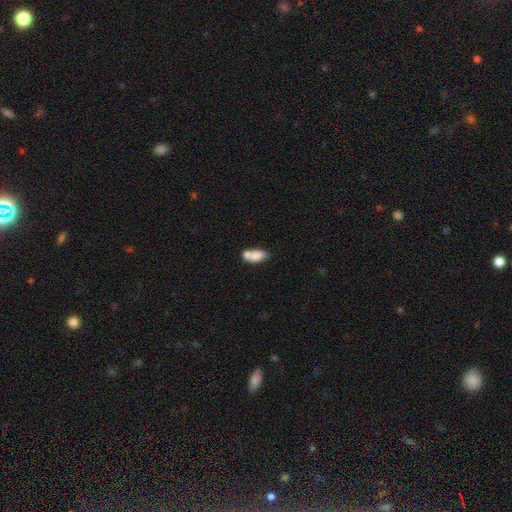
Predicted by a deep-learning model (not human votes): This is likely a smooth galaxy (76%). How rounded: clearly in between (85%). Merging: possibly merger (46%).